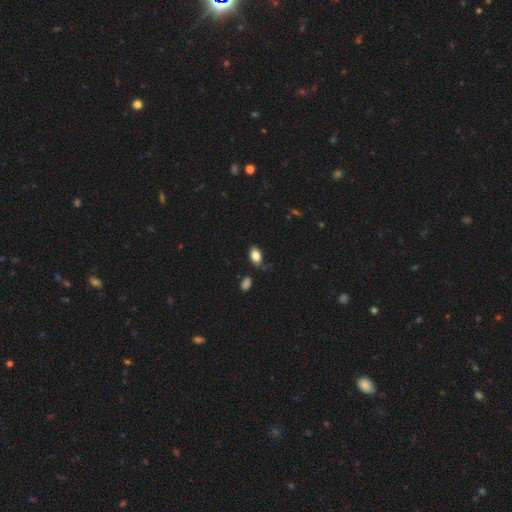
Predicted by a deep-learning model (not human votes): Q: Smooth or featured?
A: smooth (84%); runner-up: star or artifact (8%)
Q: How rounded?
A: in between (90%); runner-up: round (9%)
Q: Merging?
A: none (72%); runner-up: minor disturbance (19%)